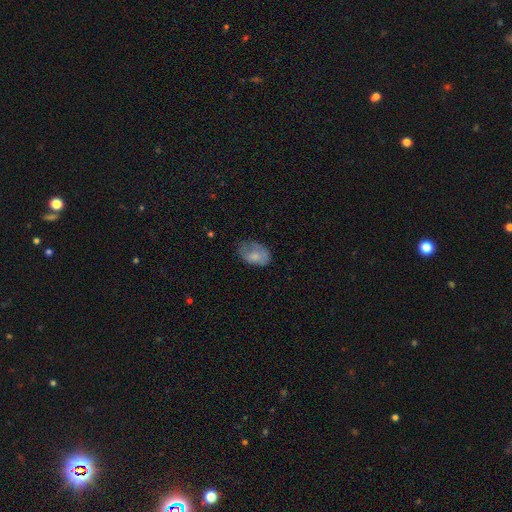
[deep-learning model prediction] The model was most divided on "merging": none: 46%, minor disturbance: 34%, major disturbance: 18%, merger: 2%. More confident: how rounded — in between (87%); smooth or featured — smooth (73%).